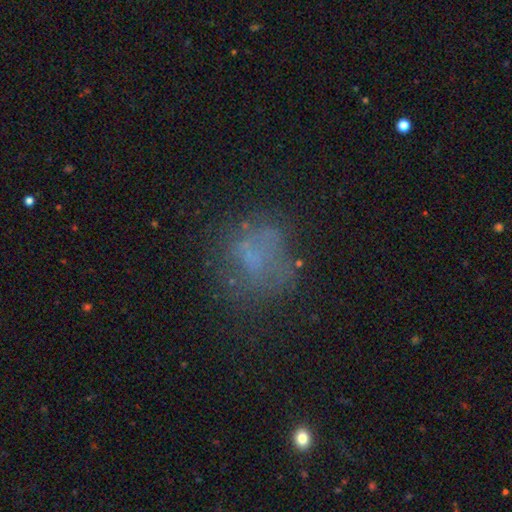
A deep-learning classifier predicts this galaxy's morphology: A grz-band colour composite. It shows a smooth galaxy with no disk features (46%). Merging: none (58%).